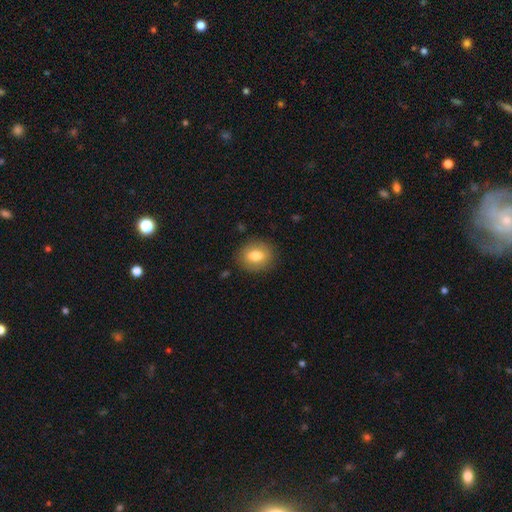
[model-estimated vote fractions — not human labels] smooth_or_featured: smooth (p=0.76) [alt: featured or disk p=0.15]
how_rounded: round (p=0.55) [alt: in between p=0.44]
merging: none (p=0.86) [alt: minor disturbance p=0.10]